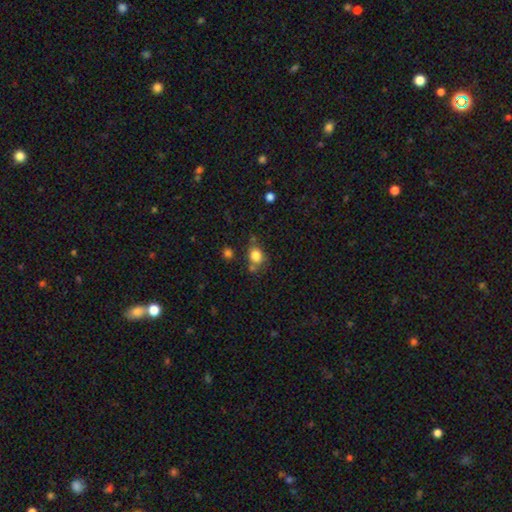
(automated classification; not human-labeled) smooth 82%, star or artifact 11%, featured or disk 6%. Down the decision tree: how rounded — round (63%); merging — none (64%).